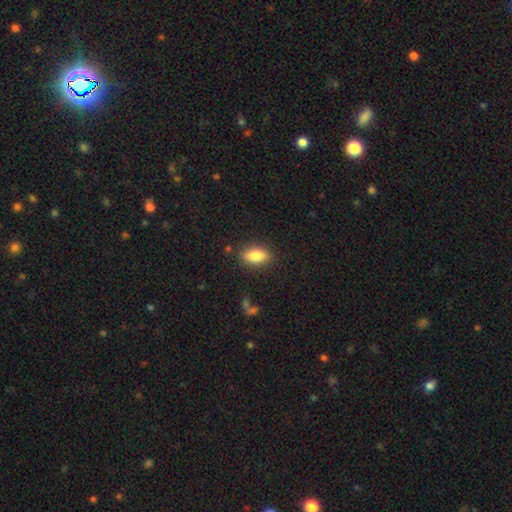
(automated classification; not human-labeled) smooth 82%, featured or disk 10%, star or artifact 7%. Down the decision tree: how rounded — in between (84%); merging — none (85%).